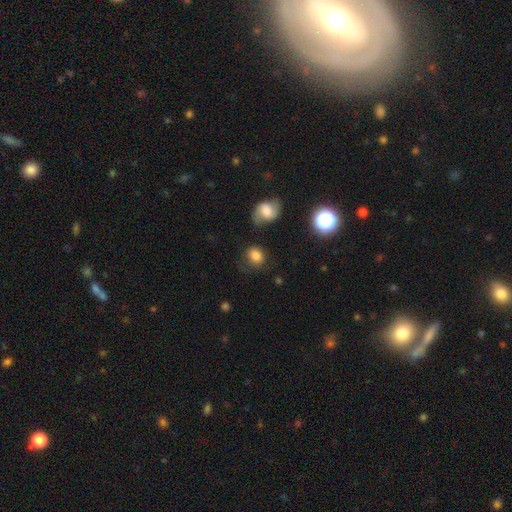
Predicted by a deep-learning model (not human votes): Overall: smooth (80%). How rounded: round (69%; in between 30%). Merging: none (70%).